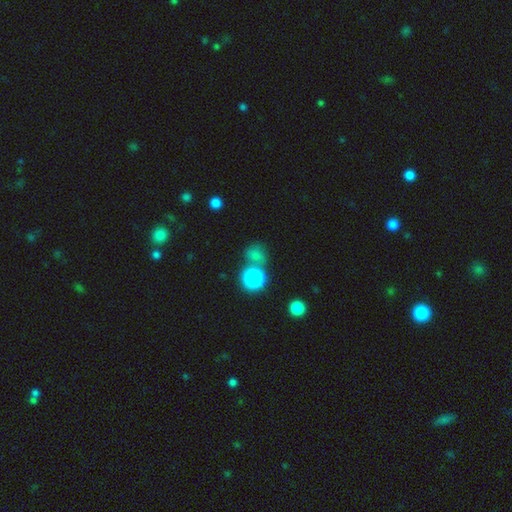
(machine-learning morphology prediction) type=smooth (62%); roundness=round (77%); merging=none (60%).